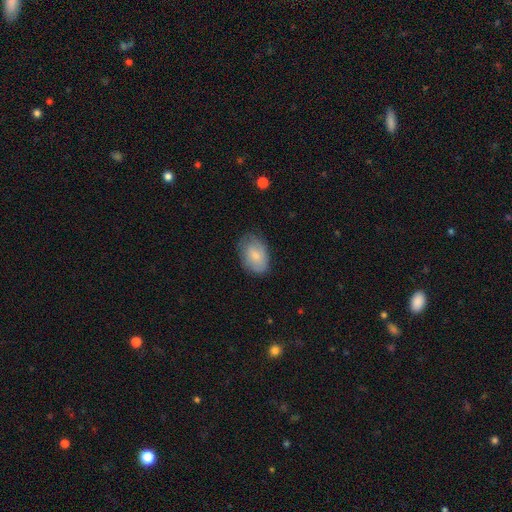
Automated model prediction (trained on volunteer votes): A smooth galaxy with no disk features (72%) that is in between round and cigar-shaped (84%).

Vote fractions:
- Smooth or featured? smooth: 72% / featured or disk: 22% / star or artifact: 7%
- How rounded? in between: 84% / round: 15% / cigar-shaped: 1%
- Merging? none: 67% / minor disturbance: 25% / major disturbance: 7% / merger: 1%